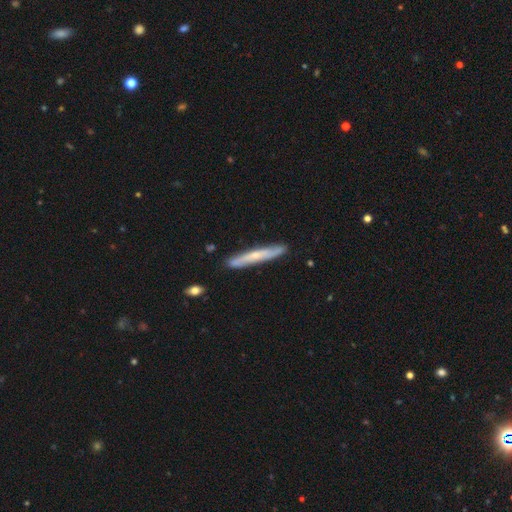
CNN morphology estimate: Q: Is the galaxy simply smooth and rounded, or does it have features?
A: featured or disk — 54%.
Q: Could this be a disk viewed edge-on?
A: yes — 83%.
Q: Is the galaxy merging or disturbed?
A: none — 87%.